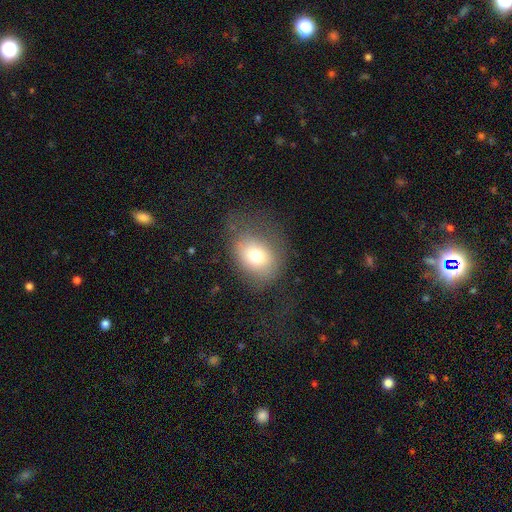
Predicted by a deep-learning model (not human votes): Smooth or featured?
  - smooth: 72% *
  - featured or disk: 17%
  - star or artifact: 12%
How rounded?
  - in between: 53% *
  - round: 46%
  - cigar-shaped: 1%
Merging?
  - none: 52% *
  - major disturbance: 24%
  - minor disturbance: 23%
  - merger: 2%